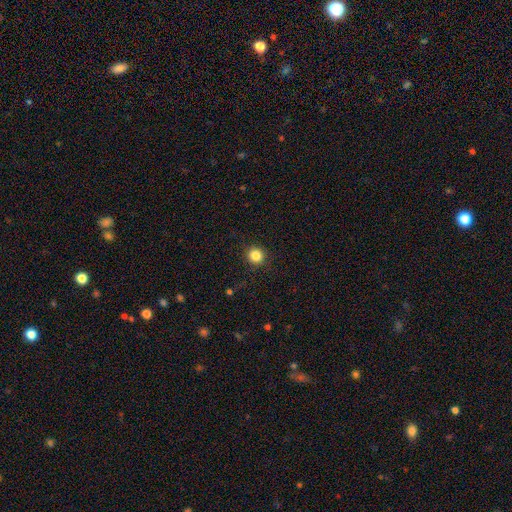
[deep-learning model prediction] Overall: smooth (84%). How rounded: round (93%). Merging: none (90%).